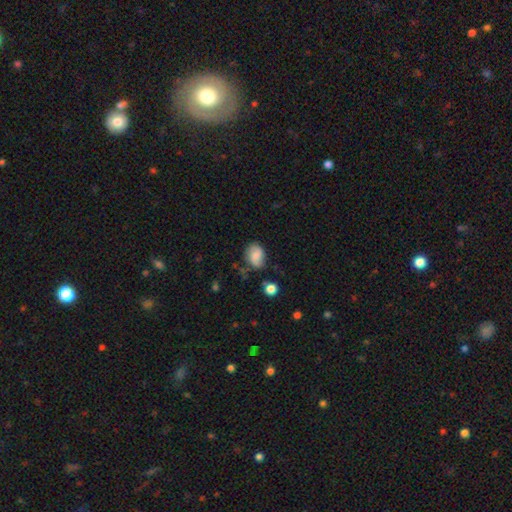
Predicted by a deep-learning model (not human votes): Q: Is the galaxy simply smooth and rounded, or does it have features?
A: smooth — 66%.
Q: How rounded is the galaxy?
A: in between — 66%.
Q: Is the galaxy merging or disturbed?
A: none — 63%.